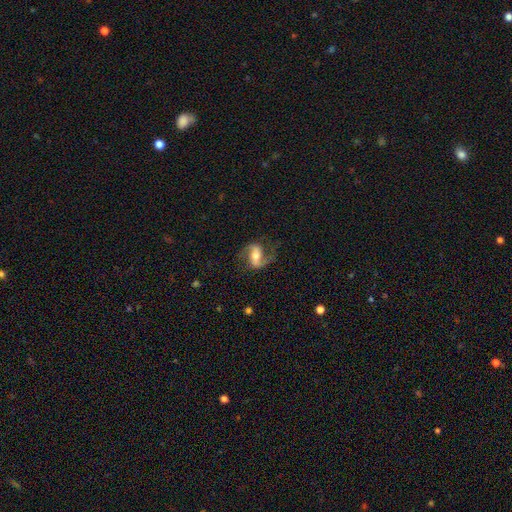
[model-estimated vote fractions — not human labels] Overall: featured or disk (85%). Edge-on disk: no (97%). Bar: strong (39%; weak 37%). Spiral arms: yes (96%). Spiral arm count: 2 (92%). Spiral winding: loose (48%; medium 42%). Bulge size: moderate (64%). Merging: none (76%).